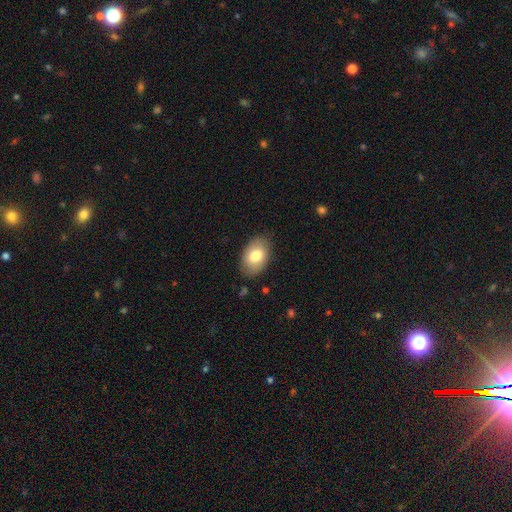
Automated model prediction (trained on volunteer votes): A smooth galaxy with no disk features (78%) that is in between round and cigar-shaped (89%). Merging: none (82%).